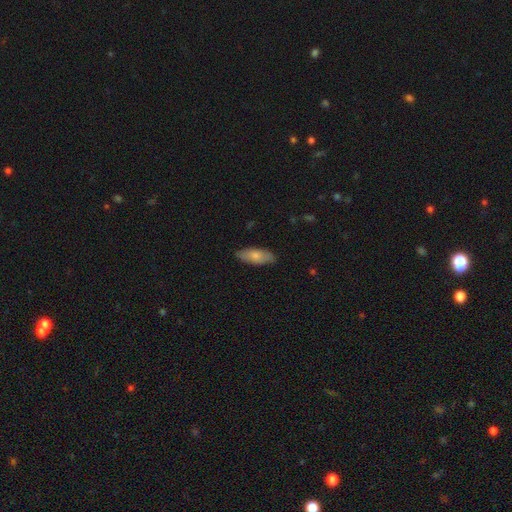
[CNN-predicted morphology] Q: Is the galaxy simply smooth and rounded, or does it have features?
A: smooth — 77%.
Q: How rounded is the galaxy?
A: in between — 79%.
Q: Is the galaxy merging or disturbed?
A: none — 84%.